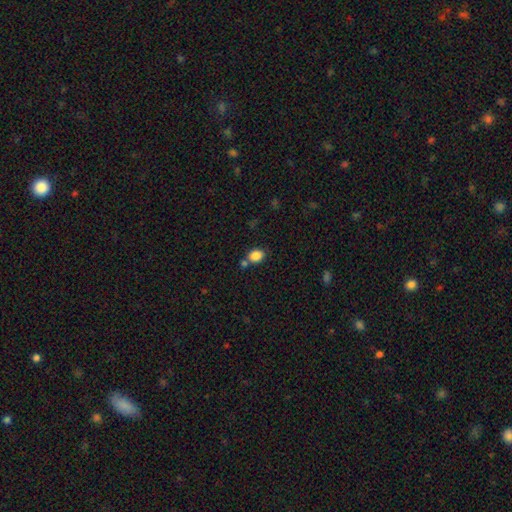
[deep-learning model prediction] Smooth or featured?
  - smooth: 85% *
  - star or artifact: 10%
  - featured or disk: 5%
How rounded?
  - in between: 56% *
  - round: 42%
  - cigar-shaped: 1%
Merging?
  - none: 66% *
  - merger: 18%
  - minor disturbance: 12%
  - major disturbance: 4%